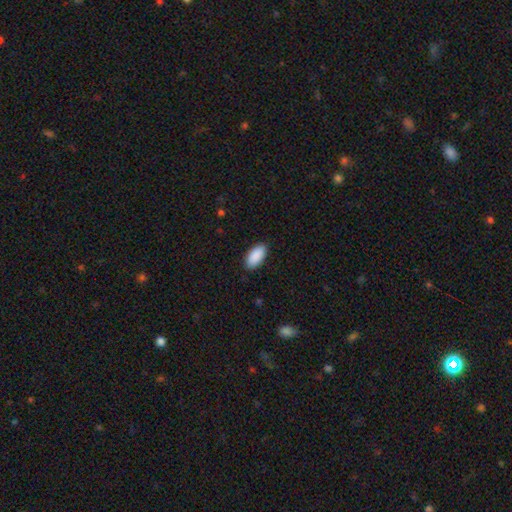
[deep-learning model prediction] Overall: smooth (91%). How rounded: in between (95%). Merging: none (88%).